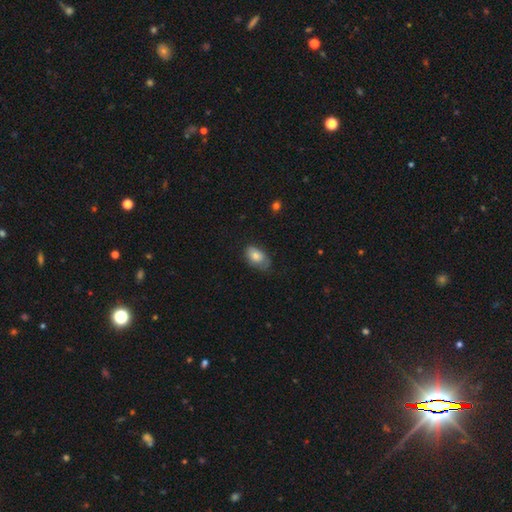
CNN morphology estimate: Smooth or featured? Predicted: smooth (p=0.78). How rounded? Predicted: in between (p=0.89). Merging? Predicted: none (p=0.54).